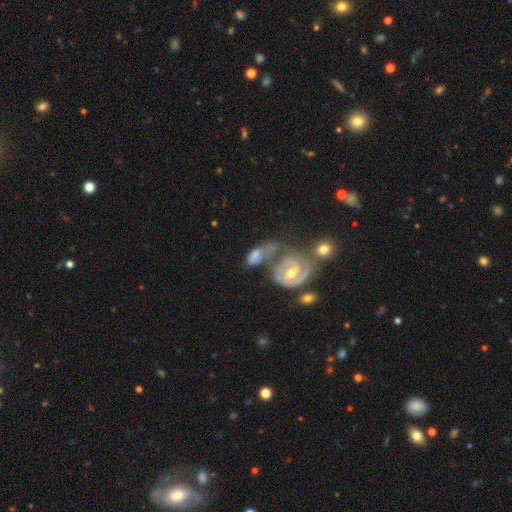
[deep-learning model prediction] featured or disk 64%, smooth 29%, star or artifact 7%. Down the decision tree: edge-on disk — no (96%); bar — no (44%); spiral arms — yes (81%); bulge size — moderate (59%); merging — merger (44%).